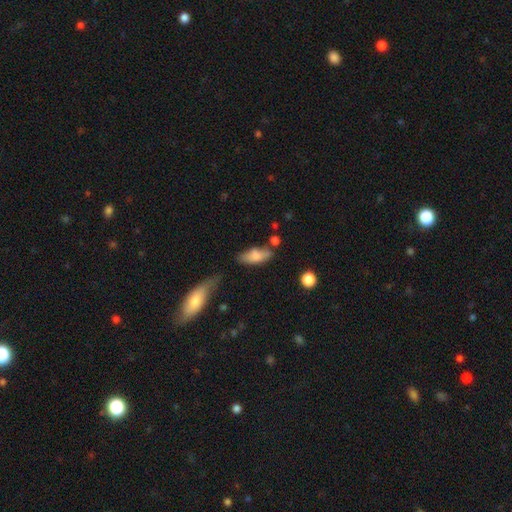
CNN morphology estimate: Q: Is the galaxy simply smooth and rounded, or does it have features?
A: smooth — 74%.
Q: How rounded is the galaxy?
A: in between — 71%.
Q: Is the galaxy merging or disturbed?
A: none — 54%.